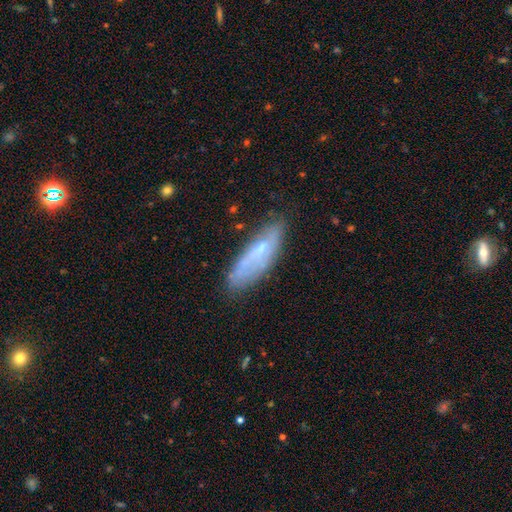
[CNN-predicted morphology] A smooth galaxy with no disk features (46%).

Vote fractions:
- Smooth or featured? smooth: 46% / featured or disk: 45% / star or artifact: 8%
- Merging? none: 68% / minor disturbance: 22% / major disturbance: 7% / merger: 3%